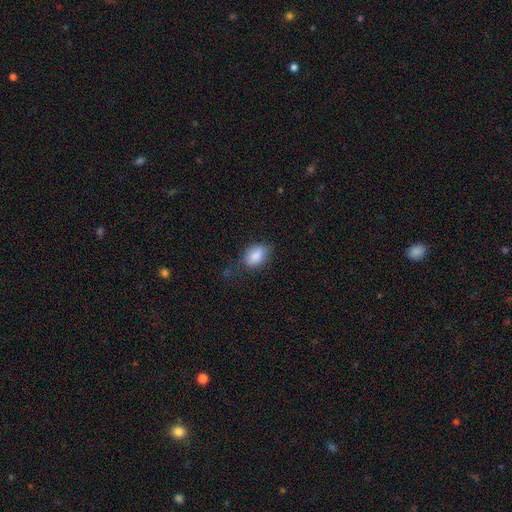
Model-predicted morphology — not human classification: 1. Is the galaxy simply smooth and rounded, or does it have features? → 87% smooth, 7% star or artifact, 6% featured or disk.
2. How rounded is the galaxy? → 85% in between, 14% round, 2% cigar-shaped.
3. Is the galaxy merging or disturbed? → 66% none, 23% minor disturbance, 9% major disturbance, 2% merger.